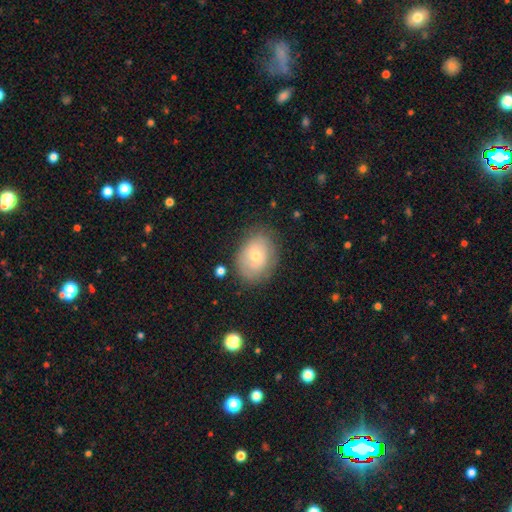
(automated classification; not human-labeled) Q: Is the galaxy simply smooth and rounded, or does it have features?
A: smooth — 61%.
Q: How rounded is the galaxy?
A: in between — 68%.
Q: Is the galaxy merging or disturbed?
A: none — 73%.